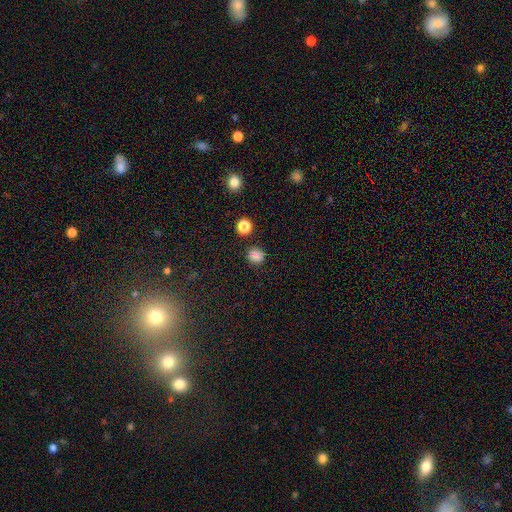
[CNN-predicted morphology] A smooth galaxy with no disk features (82%) that is round (84%).

Vote fractions:
- Smooth or featured? smooth: 82% / star or artifact: 13% / featured or disk: 5%
- How rounded? round: 84% / in between: 15% / cigar-shaped: 1%
- Merging? none: 83% / minor disturbance: 11% / major disturbance: 3% / merger: 3%